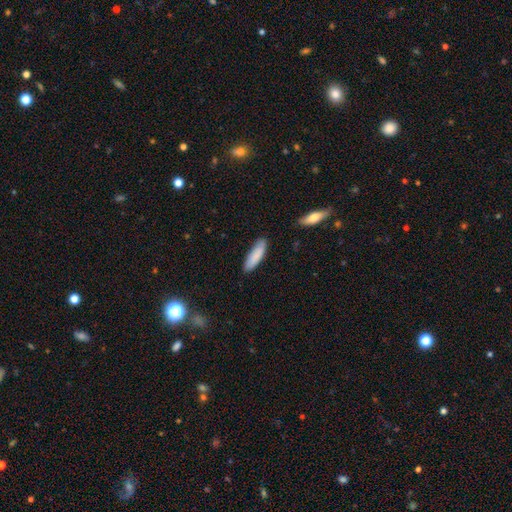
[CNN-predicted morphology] A smooth galaxy with no disk features (87%) that is cigar-shaped (58%).

Vote fractions:
- Smooth or featured? smooth: 87% / featured or disk: 7% / star or artifact: 6%
- How rounded? cigar-shaped: 58% / in between: 41% / round: 1%
- Merging? none: 84% / minor disturbance: 13% / major disturbance: 2% / merger: 1%